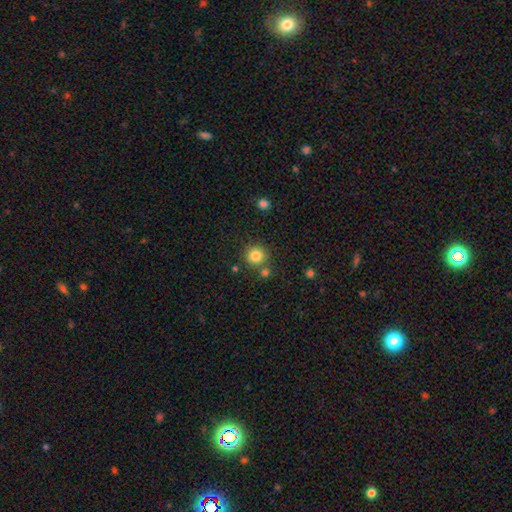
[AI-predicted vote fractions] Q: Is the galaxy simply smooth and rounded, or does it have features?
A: smooth — 83%.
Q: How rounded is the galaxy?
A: round — 92%.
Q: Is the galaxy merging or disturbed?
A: none — 78%.